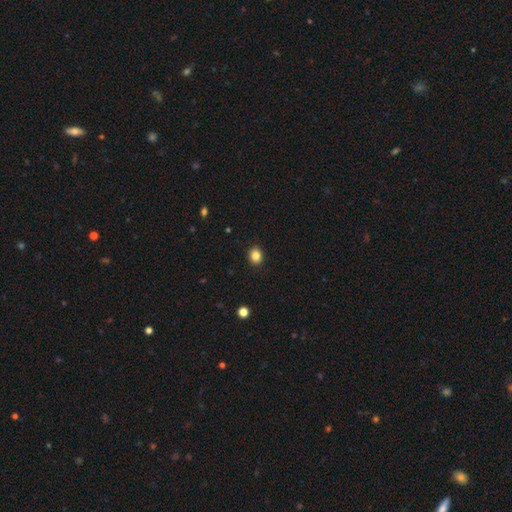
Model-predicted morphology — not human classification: Smooth or featured: smooth — 85% (star or artifact — 11%)
How rounded: round — 65% (in between — 34%)
Merging: none — 91% (minor disturbance — 6%)